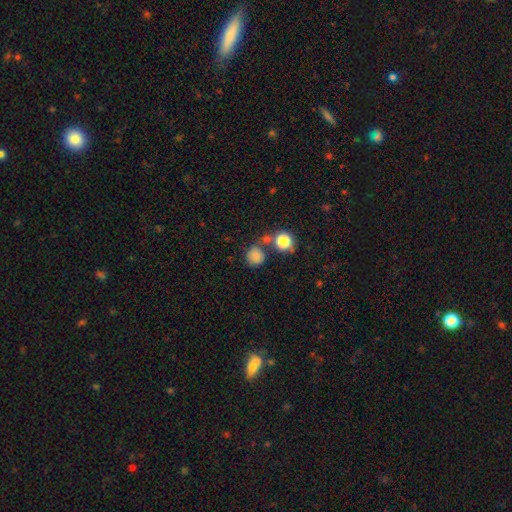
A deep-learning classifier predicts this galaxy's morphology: Q: Smooth or featured?
A: smooth (80%); runner-up: star or artifact (14%)
Q: How rounded?
A: round (87%); runner-up: in between (12%)
Q: Merging?
A: none (61%); runner-up: merger (20%)